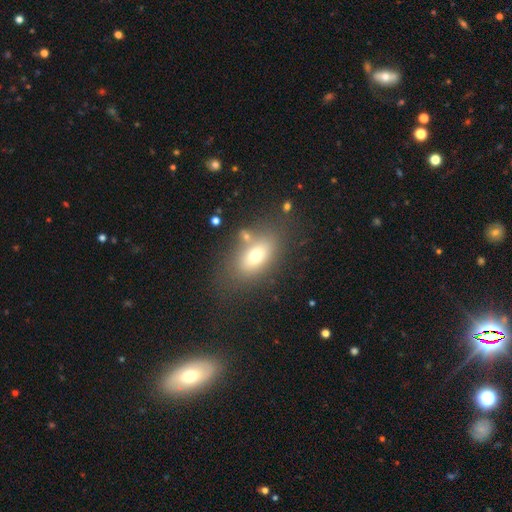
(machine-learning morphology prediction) Smooth or featured: smooth — 68% (featured or disk — 20%)
How rounded: in between — 81% (round — 14%)
Merging: none — 70% (minor disturbance — 14%)